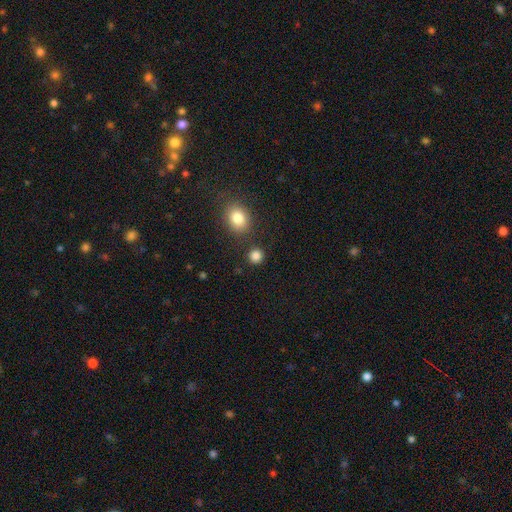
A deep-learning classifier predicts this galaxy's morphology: smooth 84%, star or artifact 12%, featured or disk 4%. Down the decision tree: how rounded — round (89%); merging — none (85%).